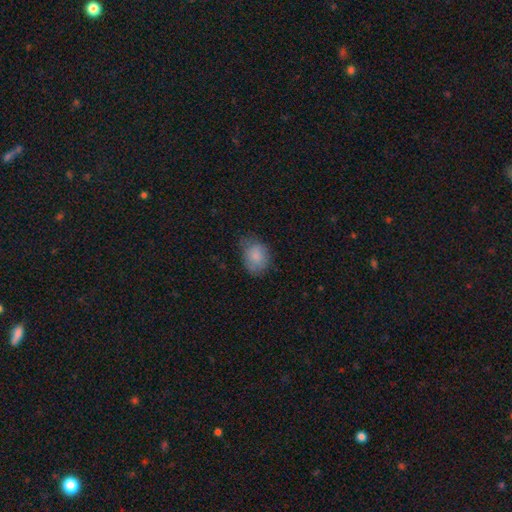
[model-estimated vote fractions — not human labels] Smooth or featured: smooth — 81% (featured or disk — 12%)
How rounded: in between — 64% (round — 35%)
Merging: none — 61% (minor disturbance — 30%)